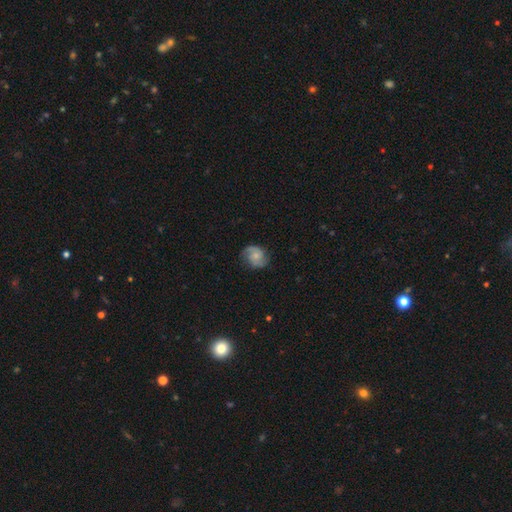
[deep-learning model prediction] smooth_or_featured: featured or disk (p=0.71) [alt: smooth p=0.22]
disk_edge_on: no (p=0.98) [alt: yes p=0.02]
bar: no (p=0.68) [alt: weak p=0.28]
has_spiral_arms: yes (p=0.94) [alt: no p=0.06]
spiral_winding: medium (p=0.48) [alt: tight p=0.29]
spiral_arm_count: 2 (p=0.85) [alt: can't tell p=0.07]
bulge_size: small (p=0.55) [alt: moderate p=0.33]
merging: none (p=0.75) [alt: minor disturbance p=0.18]